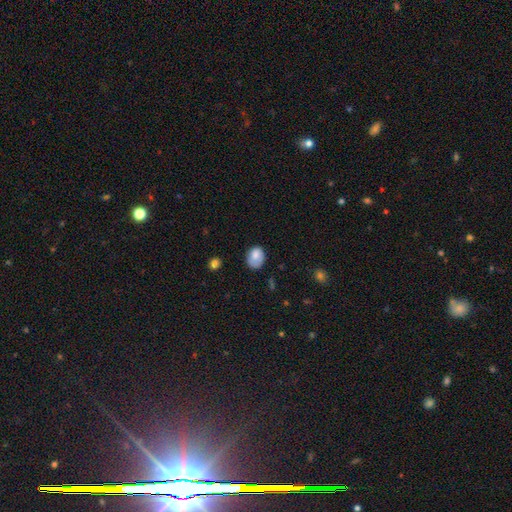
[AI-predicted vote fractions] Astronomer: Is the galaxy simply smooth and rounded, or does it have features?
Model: smooth — 78%.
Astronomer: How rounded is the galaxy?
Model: in between — 56% (runner-up: round, 43%).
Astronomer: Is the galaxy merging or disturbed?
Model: none — 58%.